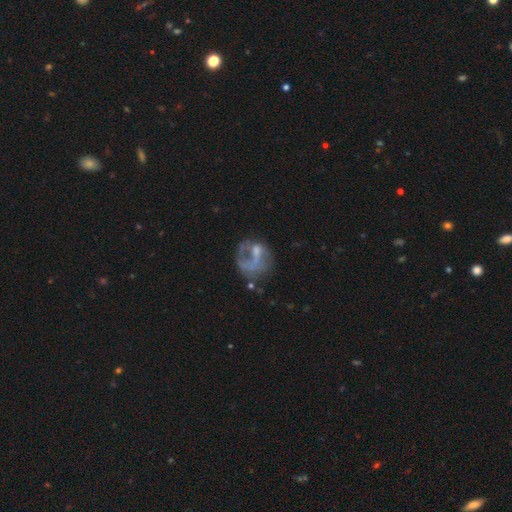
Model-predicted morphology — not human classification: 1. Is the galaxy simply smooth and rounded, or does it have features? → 58% featured or disk, 30% smooth, 12% star or artifact.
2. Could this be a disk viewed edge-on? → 97% no, 3% yes.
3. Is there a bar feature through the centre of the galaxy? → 67% no, 25% weak, 8% strong.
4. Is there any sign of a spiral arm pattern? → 63% no, 37% yes.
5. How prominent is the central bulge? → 48% none, 25% small, 23% moderate, 4% large, 1% dominant.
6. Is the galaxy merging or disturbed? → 37% none, 36% major disturbance, 18% minor disturbance, 8% merger.